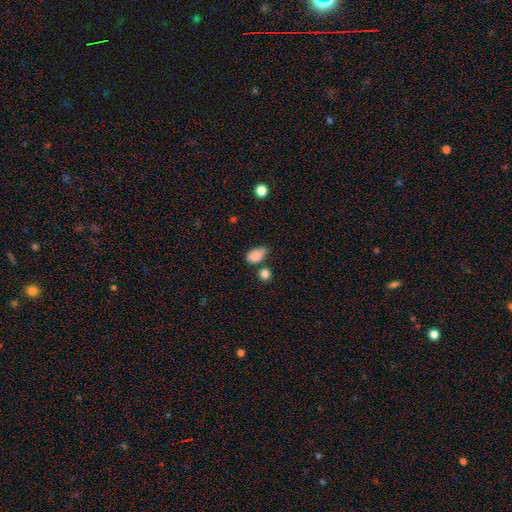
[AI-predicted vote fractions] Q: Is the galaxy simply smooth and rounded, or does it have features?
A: smooth — 85%.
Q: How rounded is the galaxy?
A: in between — 87%.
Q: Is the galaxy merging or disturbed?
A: none — 49%.